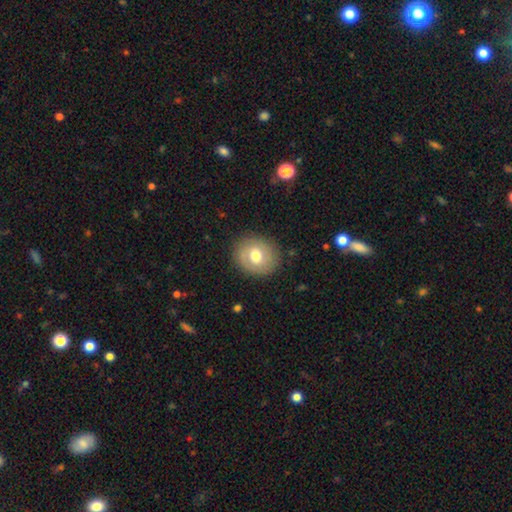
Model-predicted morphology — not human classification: Smooth or featured: smooth — 53% (featured or disk — 40%)
How rounded: round — 73% (in between — 26%)
Merging: none — 83% (minor disturbance — 12%)